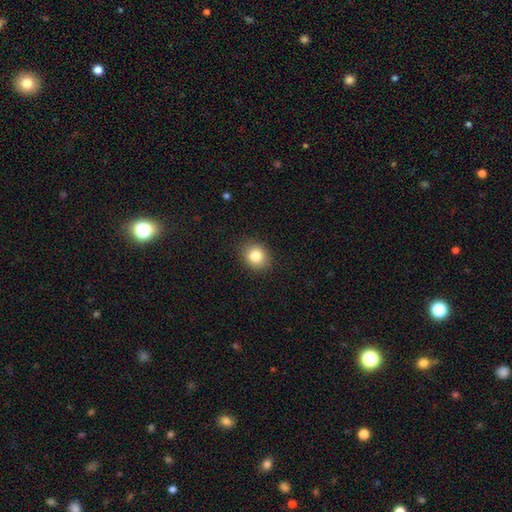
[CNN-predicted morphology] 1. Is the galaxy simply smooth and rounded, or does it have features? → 83% smooth, 10% star or artifact, 7% featured or disk.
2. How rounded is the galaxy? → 63% round, 37% in between, 1% cigar-shaped.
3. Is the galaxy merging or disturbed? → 87% none, 10% minor disturbance, 2% major disturbance, 1% merger.